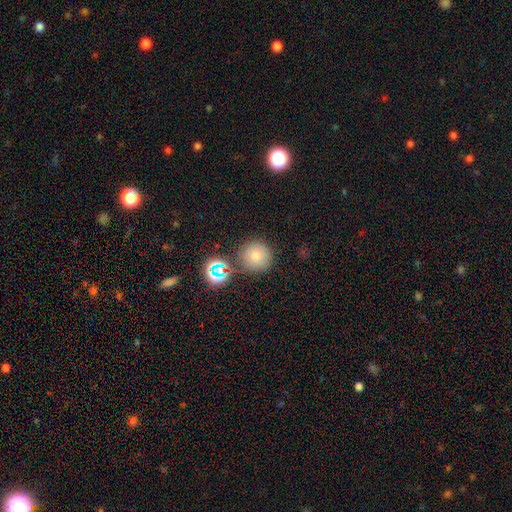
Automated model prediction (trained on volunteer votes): smooth 64%, star or artifact 25%, featured or disk 11%. Down the decision tree: how rounded — round (94%); merging — none (83%).